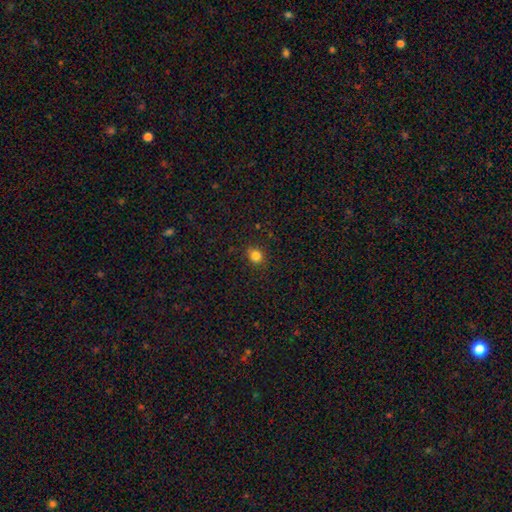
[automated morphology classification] This is clearly a smooth galaxy (82%). How rounded: likely round (79%). Merging: clearly none (84%).